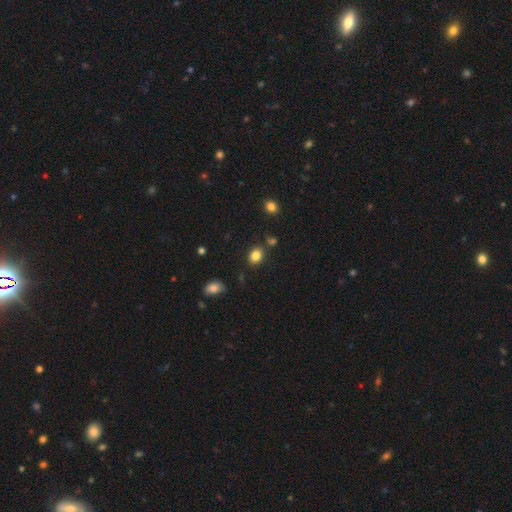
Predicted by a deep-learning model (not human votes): smooth 84%, star or artifact 11%, featured or disk 6%. Down the decision tree: how rounded — round (50%); merging — none (79%).